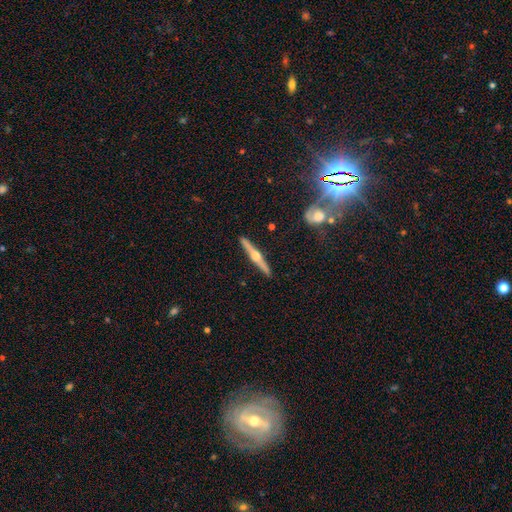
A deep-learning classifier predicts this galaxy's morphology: smooth-or-featured: featured or disk: 78% | smooth: 17% | star or artifact: 5%
  disk-edge-on: yes: 98% | no: 2%
    edge-on-bulge: rounded: 95% | boxy: 2% | none: 2%
  merging: none: 92% | minor disturbance: 5% | merger: 1% | major disturbance: 1%